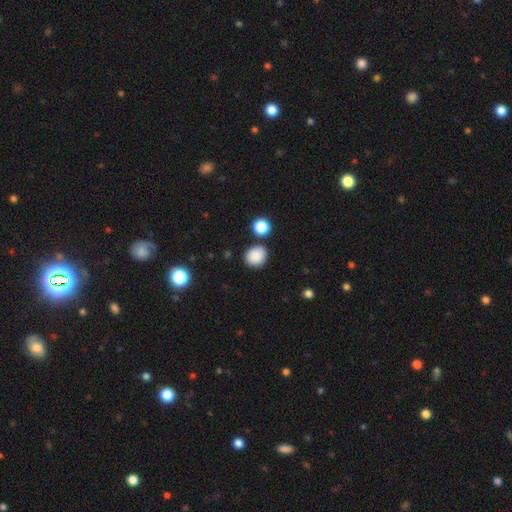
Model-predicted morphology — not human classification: smooth_or_featured: smooth (p=0.86) [alt: star or artifact p=0.10]
how_rounded: round (p=0.74) [alt: in between p=0.25]
merging: none (p=0.79) [alt: minor disturbance p=0.12]